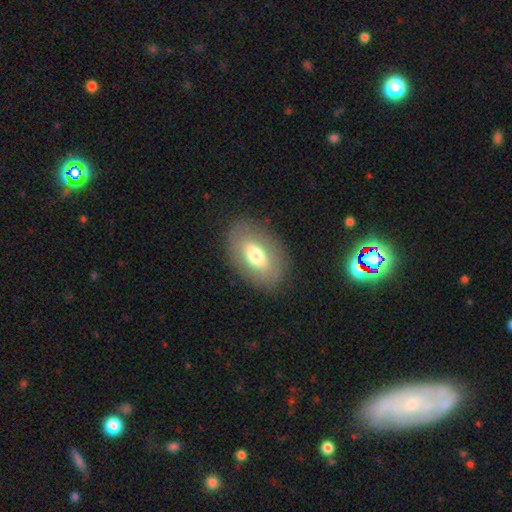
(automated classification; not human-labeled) Smooth or featured: smooth — 64% (featured or disk — 28%)
How rounded: in between — 87% (round — 12%)
Merging: none — 83% (minor disturbance — 11%)